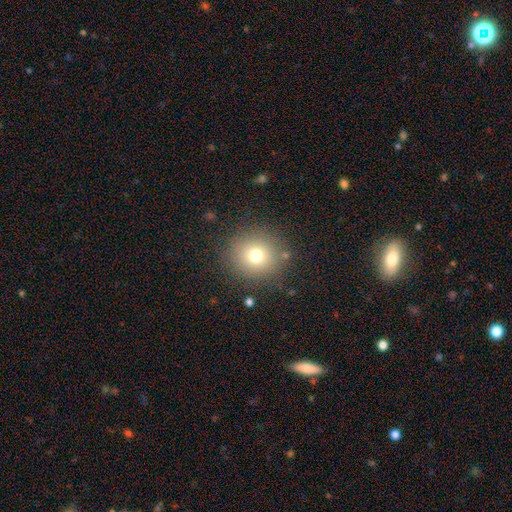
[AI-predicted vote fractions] smooth-or-featured: smooth: 74% | star or artifact: 15% | featured or disk: 11%
  how-rounded: round: 92% | in between: 7% | cigar-shaped: 1%
  merging: none: 86% | minor disturbance: 8% | major disturbance: 4% | merger: 2%